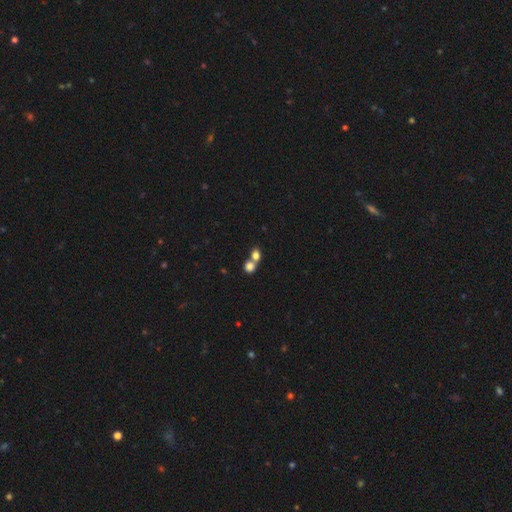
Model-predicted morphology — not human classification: Smooth or featured? smooth (79%)
How rounded? round (58%)
Merging? merger (55%)